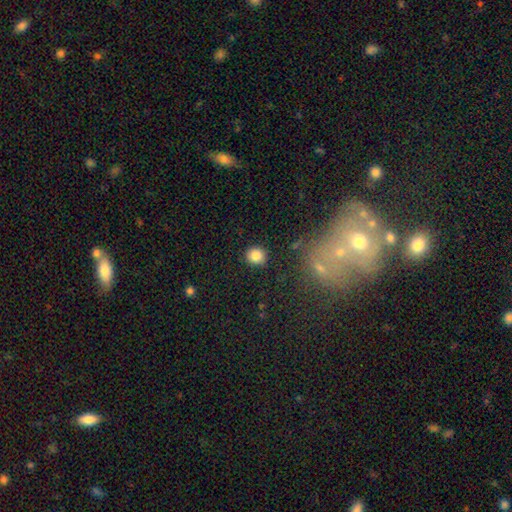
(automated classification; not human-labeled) Smooth or featured: smooth — 84% (star or artifact — 11%)
How rounded: round — 88% (in between — 11%)
Merging: none — 89% (minor disturbance — 7%)